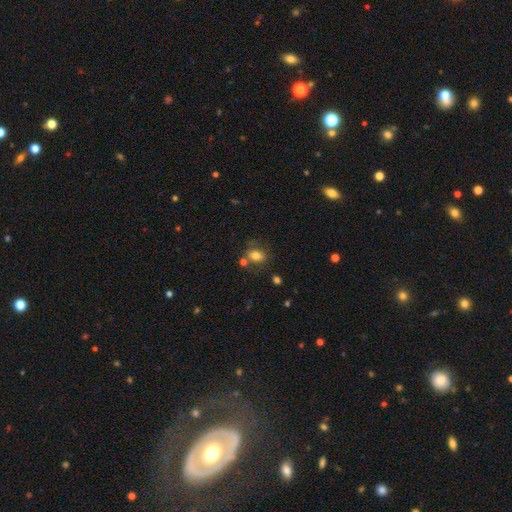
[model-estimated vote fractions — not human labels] Smooth or featured? smooth (76%)
How rounded? in between (64%)
Merging? none (62%)